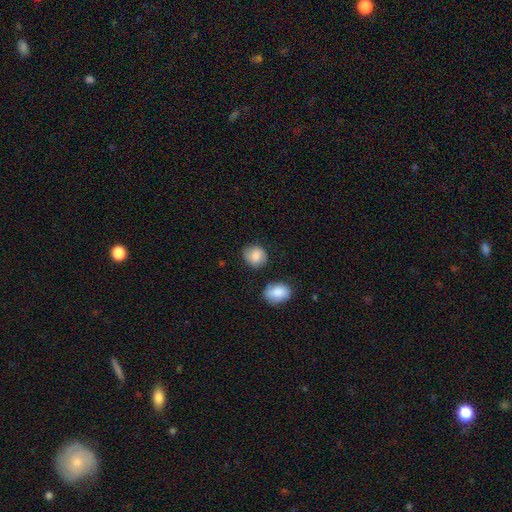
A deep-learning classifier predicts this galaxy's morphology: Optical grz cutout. It shows a smooth galaxy with no disk features (80%) that is round (73%). Merging: none (76%).